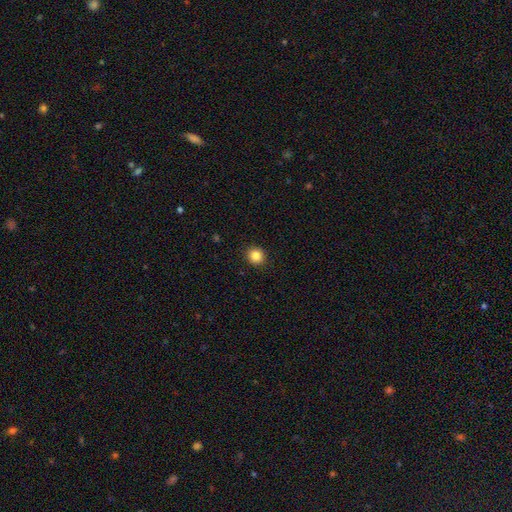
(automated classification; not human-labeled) Overall: smooth (85%). How rounded: round (88%). Merging: none (92%).